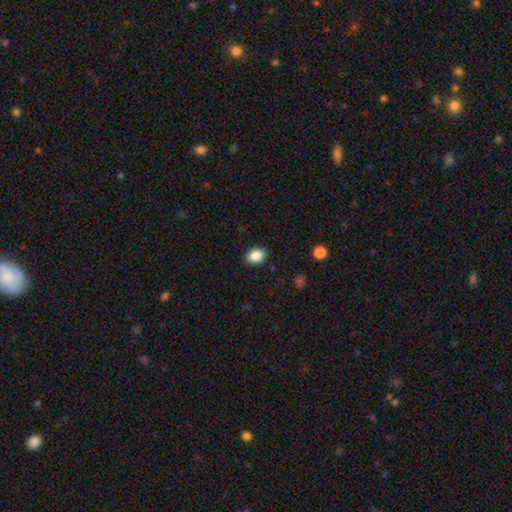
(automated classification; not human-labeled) Smooth or featured? smooth (87%)
How rounded? in between (73%)
Merging? none (87%)